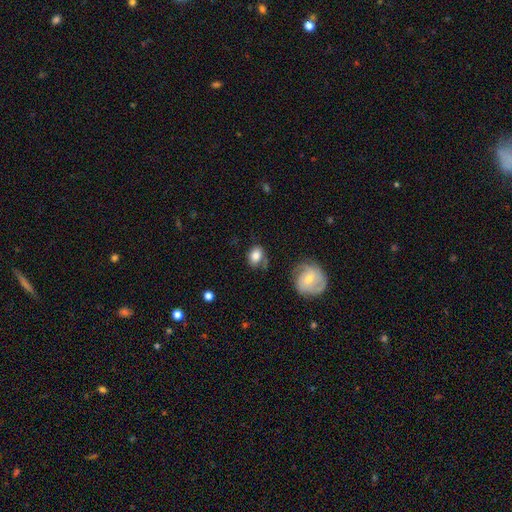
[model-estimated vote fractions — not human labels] Smooth or featured?
  - smooth: 80% *
  - featured or disk: 13%
  - star or artifact: 8%
How rounded?
  - in between: 66% *
  - round: 33%
  - cigar-shaped: 1%
Merging?
  - none: 62% *
  - minor disturbance: 24%
  - major disturbance: 8%
  - merger: 7%